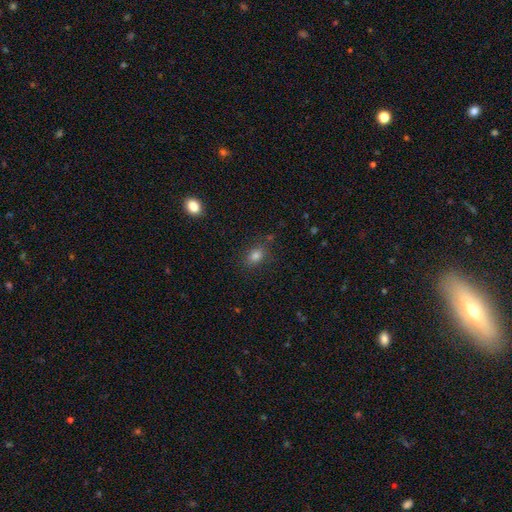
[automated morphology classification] Smooth or featured? smooth (79%)
How rounded? in between (64%)
Merging? none (81%)